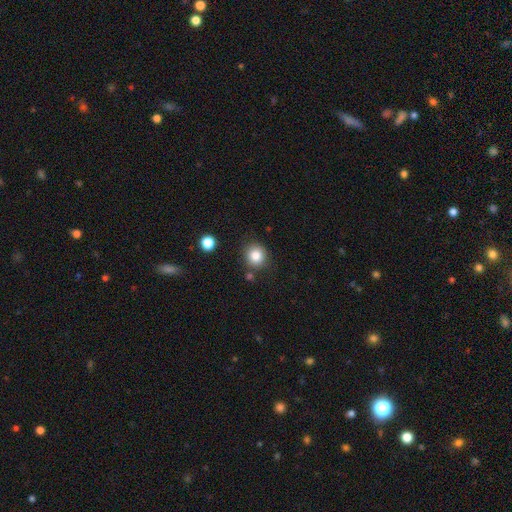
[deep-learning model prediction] Smooth or featured? Predicted: smooth (p=0.84). How rounded? Predicted: round (p=0.88). Merging? Predicted: none (p=0.81).